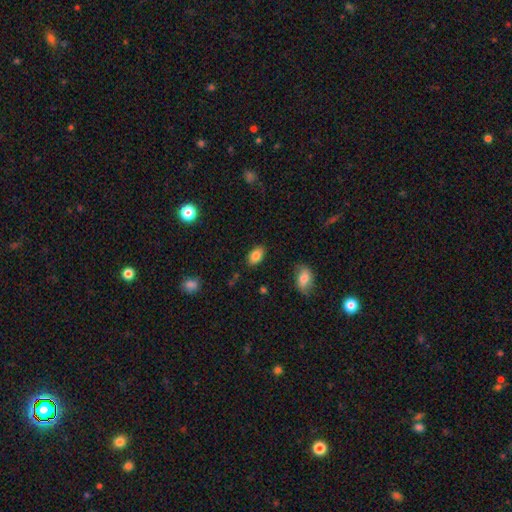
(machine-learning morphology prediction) Smooth or featured? Predicted: smooth (p=0.84). How rounded? Predicted: in between (p=0.90). Merging? Predicted: none (p=0.85).